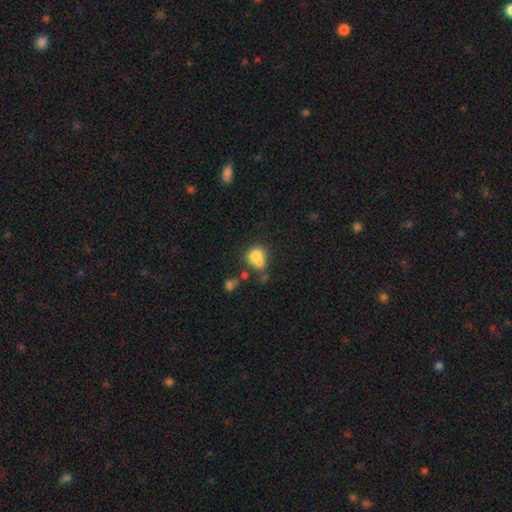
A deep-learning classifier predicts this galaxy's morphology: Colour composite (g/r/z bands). It shows a smooth galaxy with no disk features (75%) that is round (63%). Merging: merger (37%).